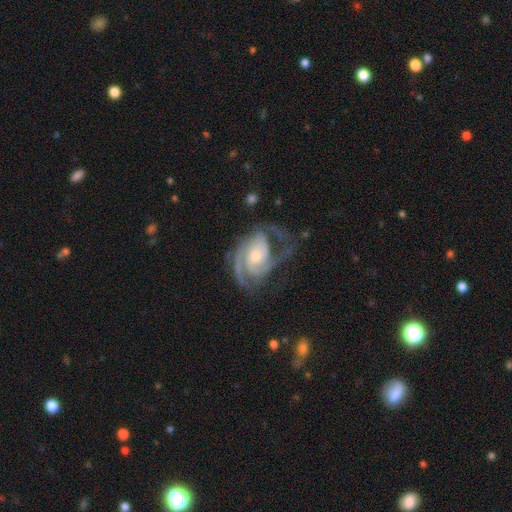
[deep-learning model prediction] Smooth or featured? featured or disk (89%)
Edge-on disk? no (97%)
Bar? no (64%)
Spiral arms? yes (97%)
Spiral winding? tight (44%, tied with medium)
Spiral arm count? 2 (47%)
Bulge size? small (51%)
Merging? none (52%)